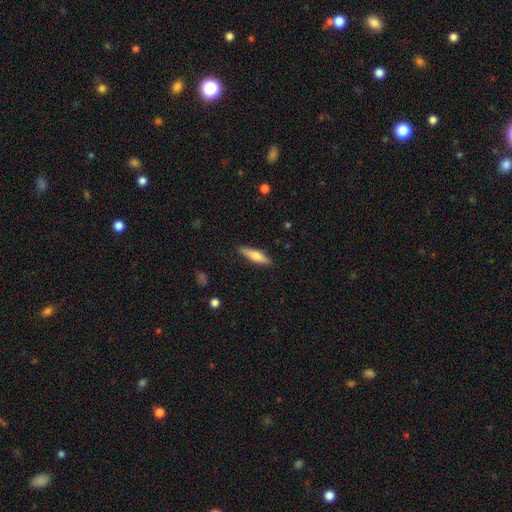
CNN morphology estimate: The model was most divided on "smooth or featured": smooth: 62%, featured or disk: 32%, star or artifact: 6%. More confident: merging — none (88%); how rounded — cigar-shaped (74%).